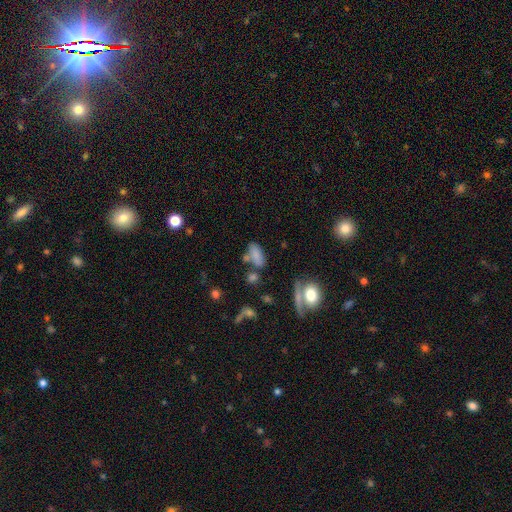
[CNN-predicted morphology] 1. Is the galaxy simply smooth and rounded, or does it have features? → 77% smooth, 13% featured or disk, 11% star or artifact.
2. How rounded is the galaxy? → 86% in between, 9% cigar-shaped, 5% round.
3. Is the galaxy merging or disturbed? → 55% none, 19% merger, 19% minor disturbance, 7% major disturbance.